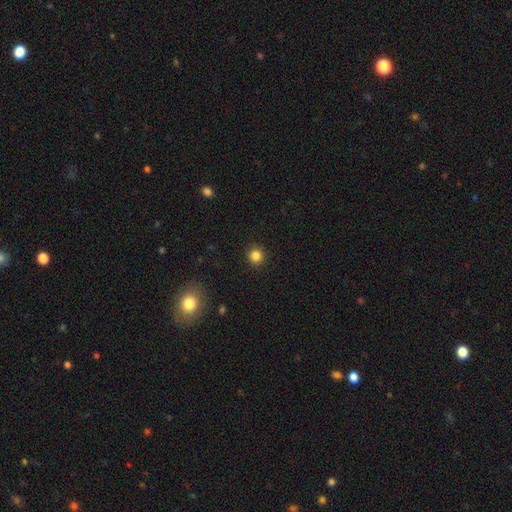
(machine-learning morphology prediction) Smooth or featured? Predicted: smooth (p=0.84). How rounded? Predicted: round (p=0.92). Merging? Predicted: none (p=0.91).